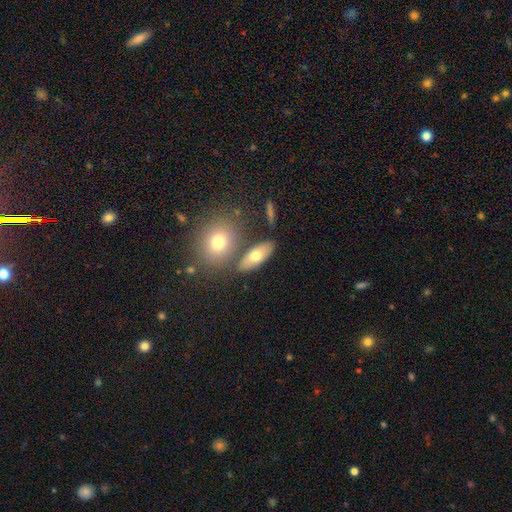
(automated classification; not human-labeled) Morphology: type=smooth (68%); roundness=in between (75%); merging=none (74%).